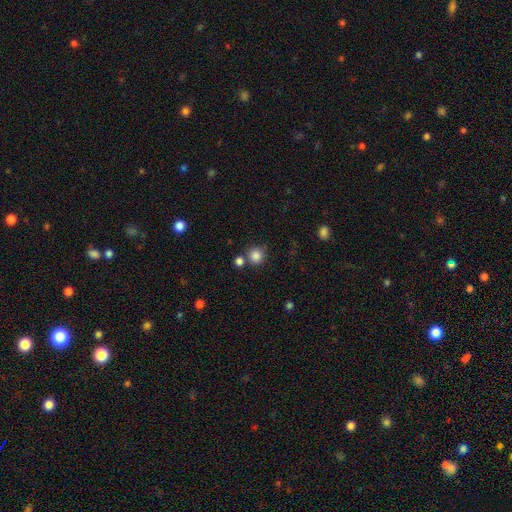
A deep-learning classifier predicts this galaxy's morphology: Overall: smooth (84%). How rounded: round (92%). Merging: none (72%).